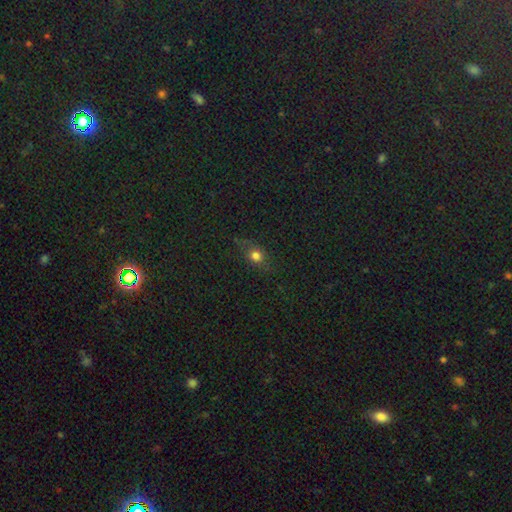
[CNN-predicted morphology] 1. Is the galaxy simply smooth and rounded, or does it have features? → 71% smooth, 18% star or artifact, 11% featured or disk.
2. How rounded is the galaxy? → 57% round, 39% in between, 4% cigar-shaped.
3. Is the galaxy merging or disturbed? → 74% none, 17% minor disturbance, 6% major disturbance, 2% merger.